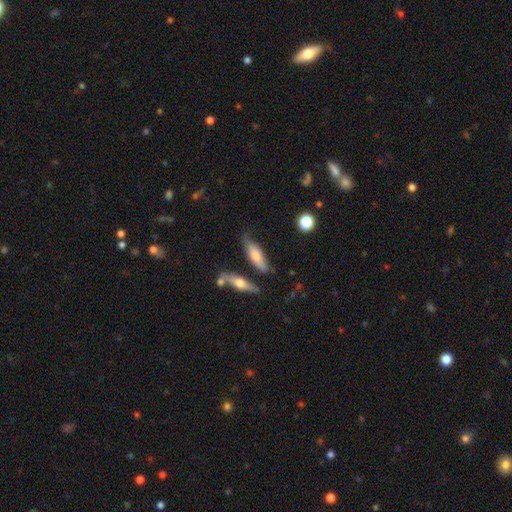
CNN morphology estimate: The model was most divided on "how rounded": cigar-shaped: 55%, in between: 43%, round: 2%. More confident: merging — none (60%); smooth or featured — smooth (58%).